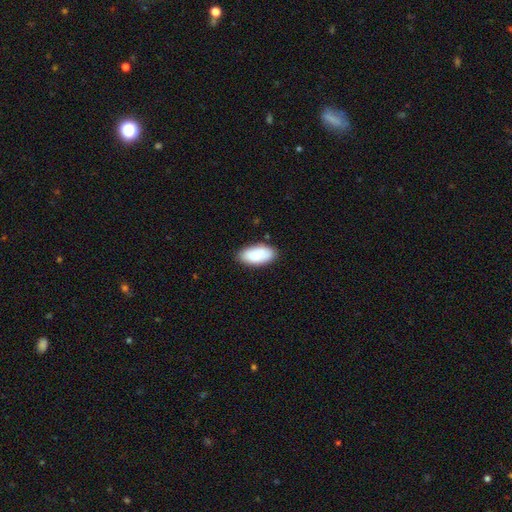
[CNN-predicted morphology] A smooth galaxy with no disk features (87%) that is in between round and cigar-shaped (94%).

Vote fractions:
- Smooth or featured? smooth: 87% / featured or disk: 7% / star or artifact: 6%
- How rounded? in between: 94% / cigar-shaped: 4% / round: 2%
- Merging? none: 83% / minor disturbance: 13% / major disturbance: 2% / merger: 2%